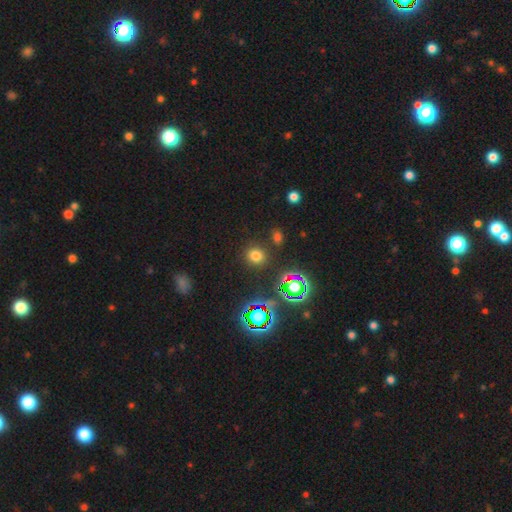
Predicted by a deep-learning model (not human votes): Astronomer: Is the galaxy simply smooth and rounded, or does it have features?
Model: smooth — 70%.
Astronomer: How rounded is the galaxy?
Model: round — 83%.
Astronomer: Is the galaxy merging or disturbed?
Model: none — 87%.